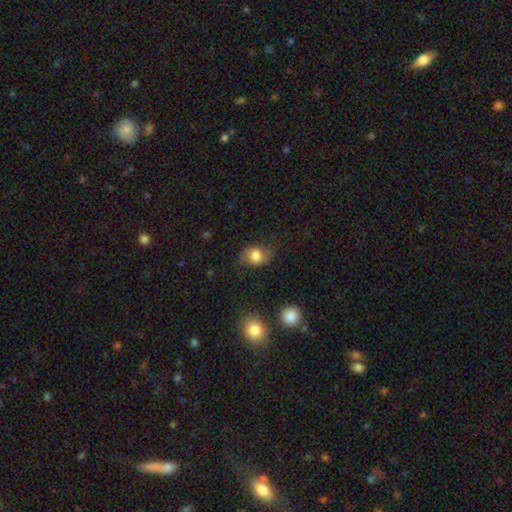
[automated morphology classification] The model was most divided on "how rounded": in between: 58%, round: 41%, cigar-shaped: 1%. More confident: merging — none (63%); smooth or featured — smooth (60%).